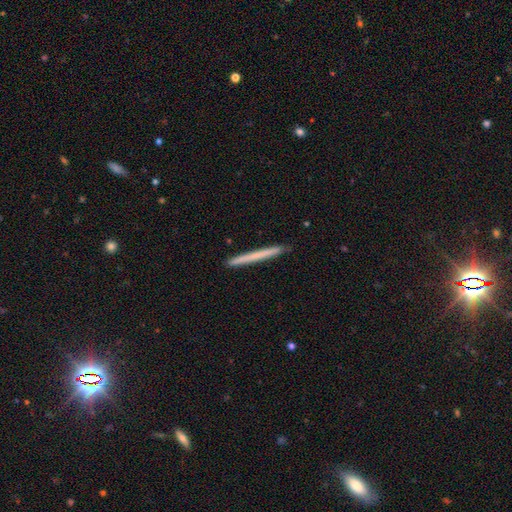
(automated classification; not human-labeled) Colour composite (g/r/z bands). It shows a smooth galaxy with no disk features (61%) that is cigar-shaped (98%). Merging: none (93%).